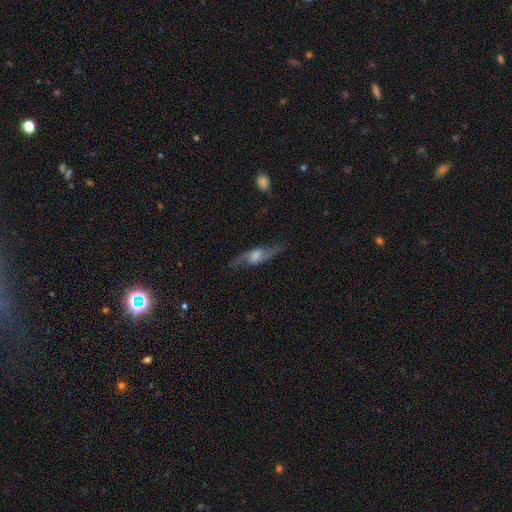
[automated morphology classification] Smooth or featured?
  - featured or disk: 76% *
  - smooth: 17%
  - star or artifact: 7%
Edge-on disk?
  - no: 65% *
  - yes: 35%
Merging?
  - none: 77% *
  - minor disturbance: 15%
  - major disturbance: 7%
  - merger: 2%